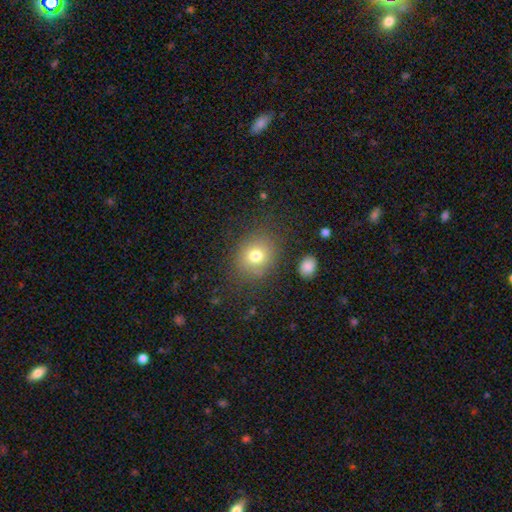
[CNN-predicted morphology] Smooth or featured? Predicted: smooth (p=0.75). How rounded? Predicted: round (p=0.66). Merging? Predicted: none (p=0.78).